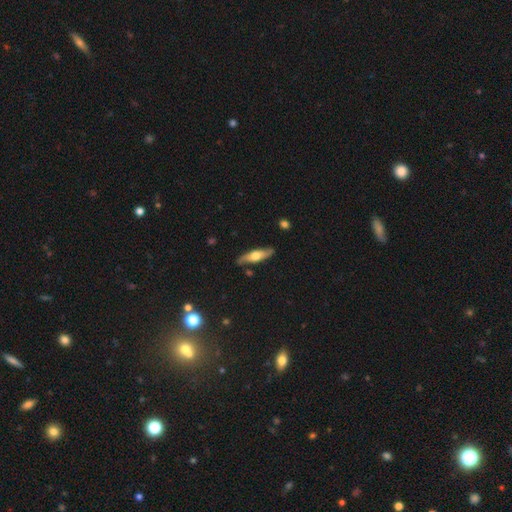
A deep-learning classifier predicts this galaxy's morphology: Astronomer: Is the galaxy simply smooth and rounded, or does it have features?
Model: featured or disk — 50% (runner-up: smooth, 44%).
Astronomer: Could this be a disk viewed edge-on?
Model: yes — 67%.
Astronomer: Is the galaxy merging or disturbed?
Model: none — 83%.